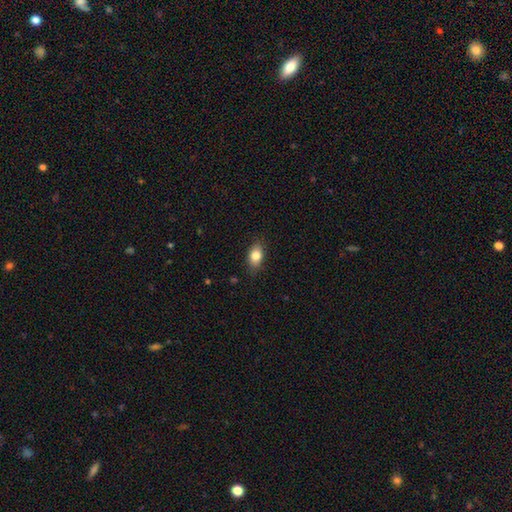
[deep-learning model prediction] smooth_or_featured: smooth (p=0.82) [alt: featured or disk p=0.10]
how_rounded: in between (p=0.84) [alt: round p=0.12]
merging: none (p=0.82) [alt: minor disturbance p=0.14]